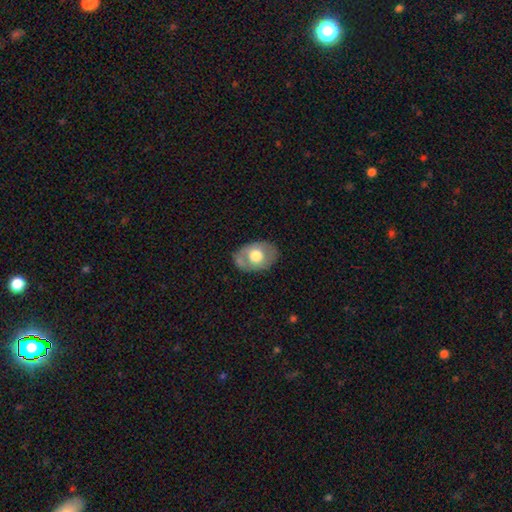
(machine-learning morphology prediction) A smooth galaxy with no disk features (55%) that is in between round and cigar-shaped (78%). Merging: none (75%).